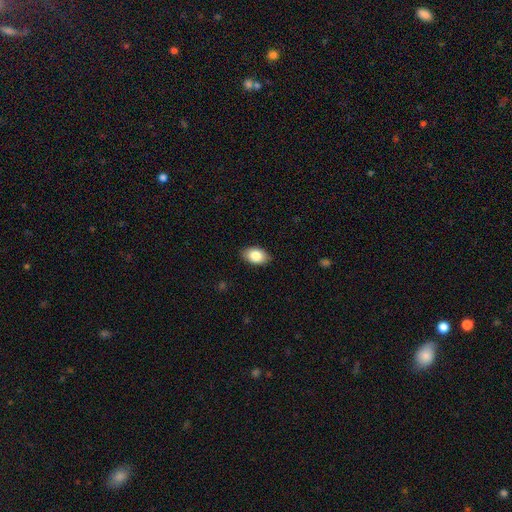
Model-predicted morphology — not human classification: Smooth or featured?
  - smooth: 85% *
  - featured or disk: 8%
  - star or artifact: 7%
How rounded?
  - in between: 90% *
  - round: 9%
  - cigar-shaped: 1%
Merging?
  - none: 87% *
  - minor disturbance: 10%
  - major disturbance: 2%
  - merger: 1%